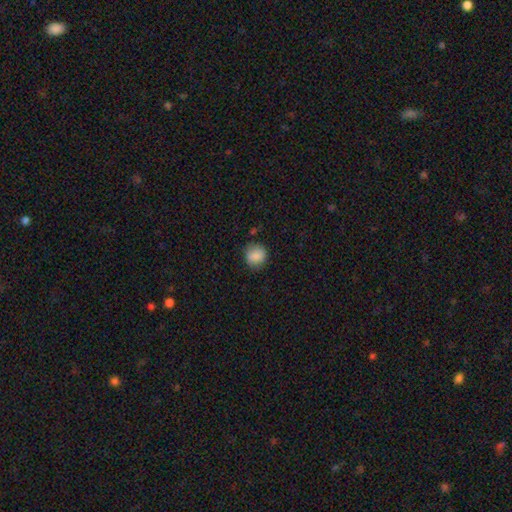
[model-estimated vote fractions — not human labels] smooth 85%, star or artifact 9%, featured or disk 6%. Down the decision tree: how rounded — round (76%); merging — none (77%).